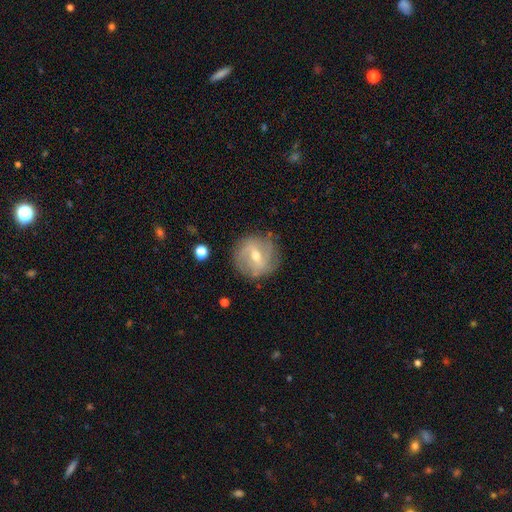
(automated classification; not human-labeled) smooth-or-featured: featured or disk: 67% | smooth: 25% | star or artifact: 7%
  disk-edge-on: no: 95% | yes: 5%
    bar: weak: 51% | strong: 32% | no: 17%
    has-spiral-arms: yes: 73% | no: 27%
    bulge-size: moderate: 60% | small: 35% | large: 2% | none: 1% | dominant: 1%
  merging: none: 80% | minor disturbance: 13% | major disturbance: 5% | merger: 2%